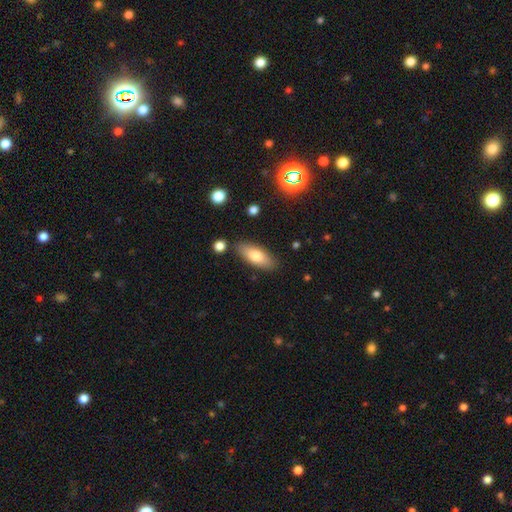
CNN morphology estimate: type=smooth (74%); roundness=in between (75%); merging=none (84%).